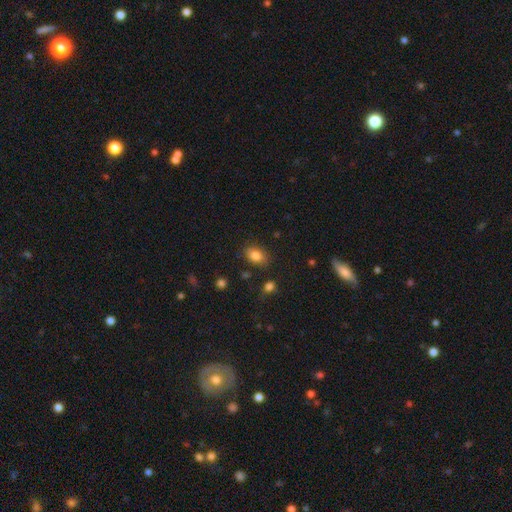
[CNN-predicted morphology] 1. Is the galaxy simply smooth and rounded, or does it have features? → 83% smooth, 10% star or artifact, 7% featured or disk.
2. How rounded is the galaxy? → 80% in between, 19% round, 1% cigar-shaped.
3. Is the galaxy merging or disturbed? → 82% none, 12% minor disturbance, 3% major disturbance, 3% merger.